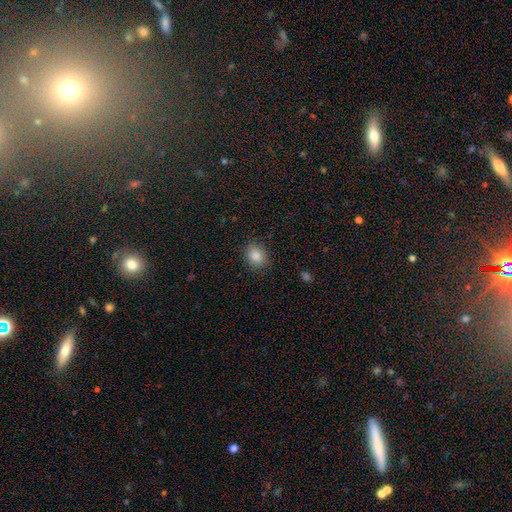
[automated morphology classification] smooth_or_featured: smooth (p=0.85) [alt: star or artifact p=0.10]
how_rounded: round (p=0.54) [alt: in between p=0.45]
merging: none (p=0.87) [alt: minor disturbance p=0.09]